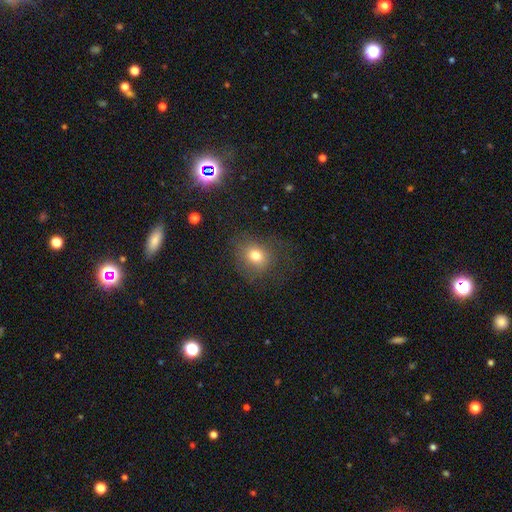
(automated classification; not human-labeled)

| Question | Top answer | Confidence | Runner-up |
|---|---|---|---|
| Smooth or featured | smooth | 74% | star or artifact (14%) |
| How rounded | round | 71% | in between (28%) |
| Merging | none | 67% | minor disturbance (17%) |